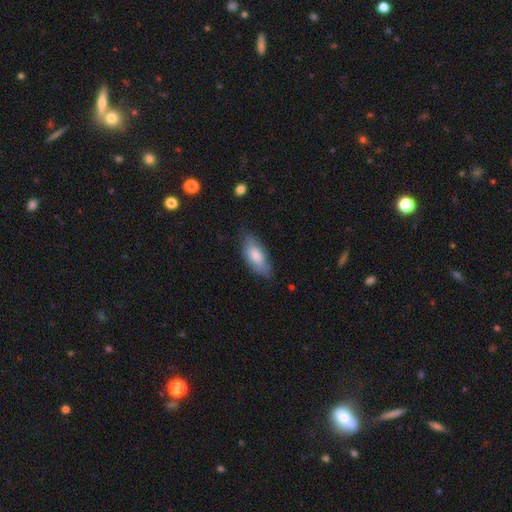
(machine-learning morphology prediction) Overall: smooth (78%). How rounded: in between (80%). Merging: none (69%).